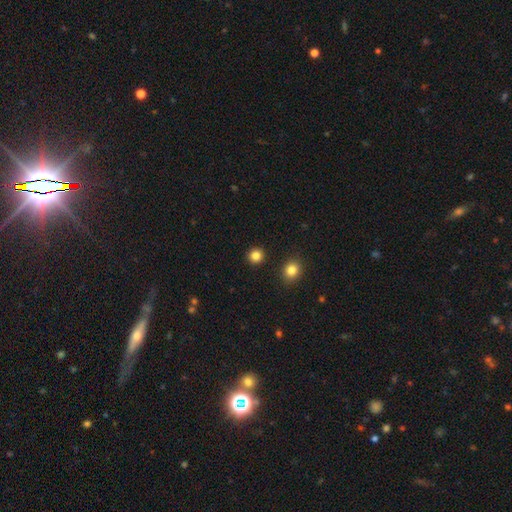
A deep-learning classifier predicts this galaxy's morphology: Smooth or featured?
  - smooth: 84% *
  - star or artifact: 12%
  - featured or disk: 4%
How rounded?
  - round: 91% *
  - in between: 8%
  - cigar-shaped: 1%
Merging?
  - none: 92% *
  - minor disturbance: 5%
  - merger: 2%
  - major disturbance: 2%